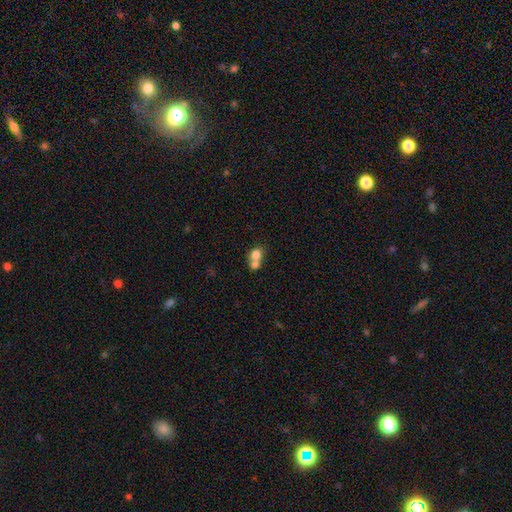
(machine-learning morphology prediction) Smooth or featured? Predicted: smooth (p=0.75). How rounded? Predicted: round (p=0.68). Merging? Predicted: merger (p=0.66).